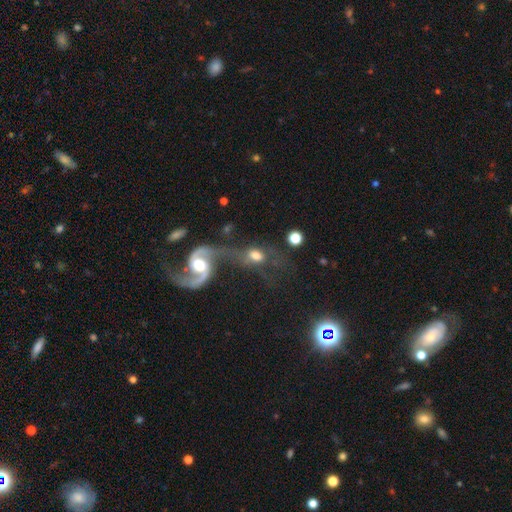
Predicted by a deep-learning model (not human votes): Q: Smooth or featured?
A: featured or disk (51%); runner-up: smooth (38%)
Q: Edge-on disk?
A: no (94%); runner-up: yes (6%)
Q: Merging?
A: merger (58%); runner-up: none (17%)